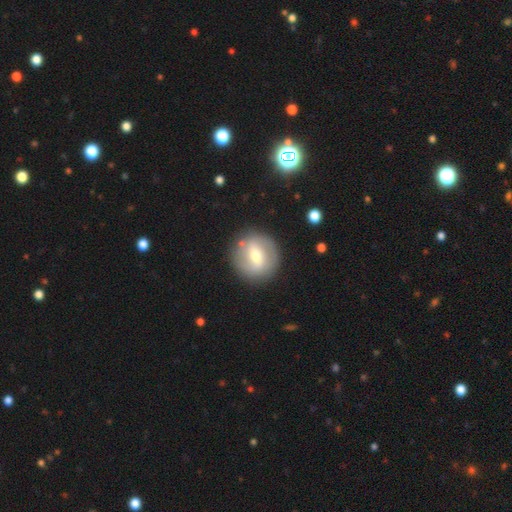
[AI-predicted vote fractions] Smooth or featured: featured or disk — 57% (smooth — 36%)
Edge-on disk: no — 94% (yes — 6%)
Bar: weak — 46% (strong — 36%)
Spiral arms: yes — 54% (no — 46%)
Bulge size: moderate — 65% (small — 26%)
Merging: none — 85% (minor disturbance — 9%)